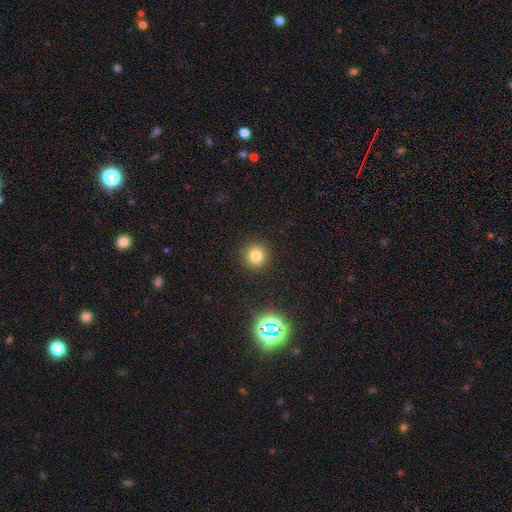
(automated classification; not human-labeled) The model was most divided on "smooth or featured": smooth: 77%, star or artifact: 16%, featured or disk: 6%. More confident: how rounded — round (93%); merging — none (91%).